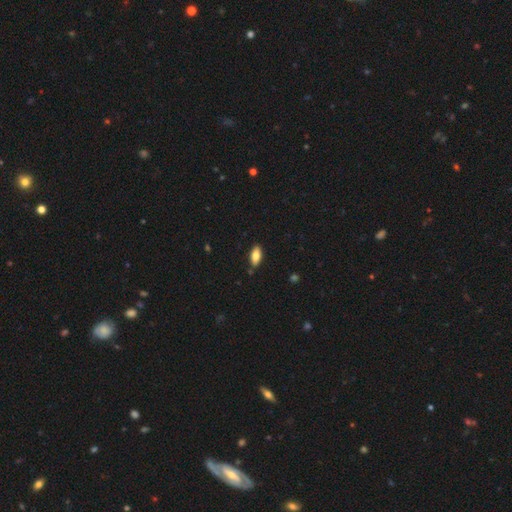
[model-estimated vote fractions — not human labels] Smooth or featured? smooth (79%)
How rounded? in between (87%)
Merging? none (85%)